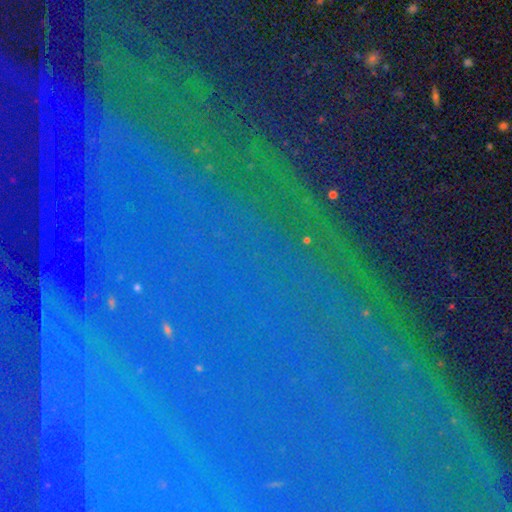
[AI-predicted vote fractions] star or artifact 86%, featured or disk 7%, smooth 7%.